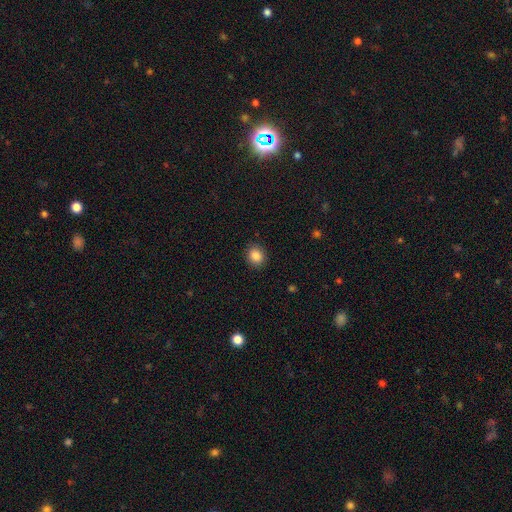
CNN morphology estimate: This appears to be a smooth galaxy with no disk features (86%) that is round (68%). Merging: none (90%).